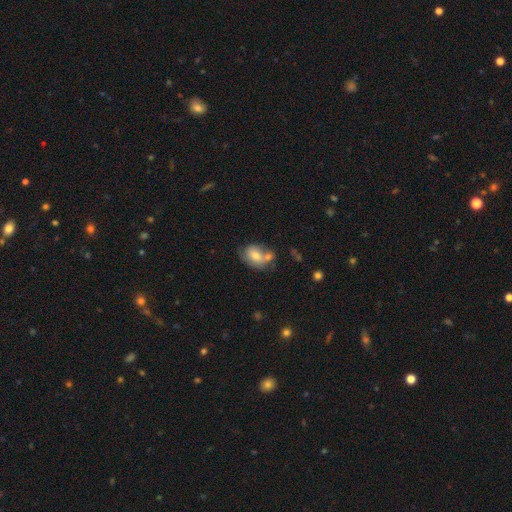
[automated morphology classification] Overall: smooth (65%; featured or disk 27%). How rounded: in between (74%). Merging: none (37%; merger 36%).